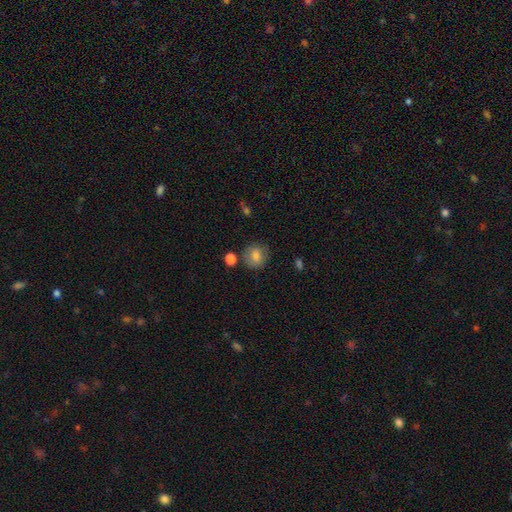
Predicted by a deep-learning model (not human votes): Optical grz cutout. It shows a smooth galaxy with no disk features (79%) that is round (85%). Merging: none (78%).